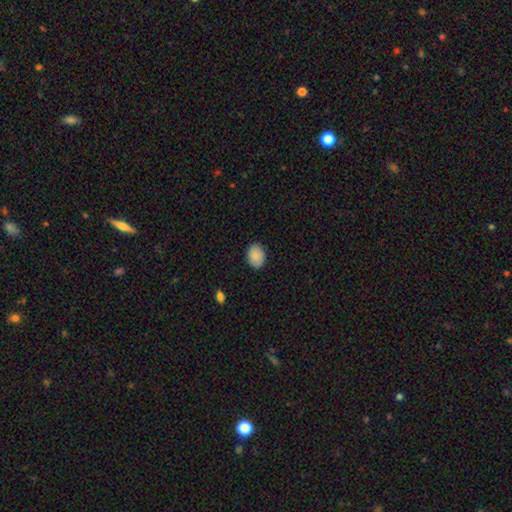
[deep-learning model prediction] Q: Smooth or featured?
A: smooth (87%); runner-up: star or artifact (7%)
Q: How rounded?
A: in between (68%); runner-up: round (31%)
Q: Merging?
A: none (87%); runner-up: minor disturbance (10%)